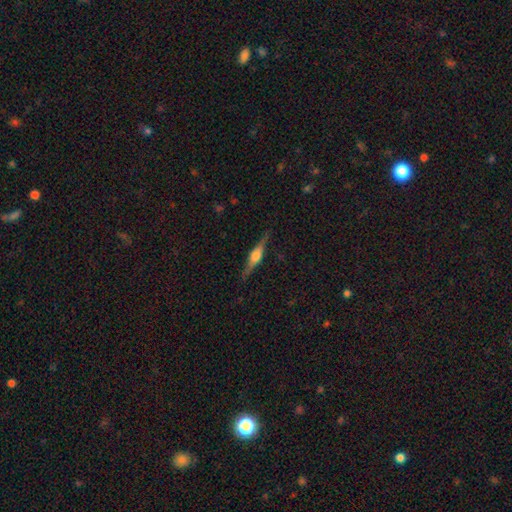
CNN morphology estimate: featured or disk 76%, smooth 18%, star or artifact 6%. Down the decision tree: edge-on disk — yes (98%); edge-on bulge — rounded (87%); merging — none (88%).